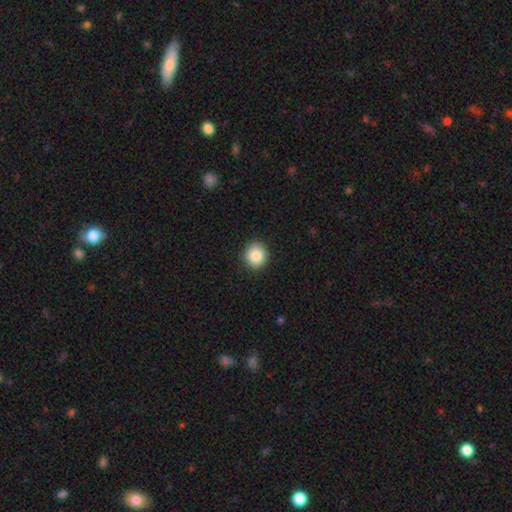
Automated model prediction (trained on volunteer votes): This appears to be a smooth galaxy with no disk features (87%) that is round (89%). Merging: none (90%).